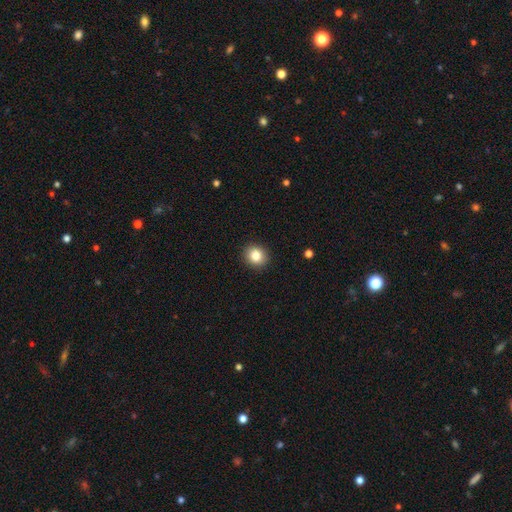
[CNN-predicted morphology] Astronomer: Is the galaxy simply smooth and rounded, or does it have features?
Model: smooth — 84%.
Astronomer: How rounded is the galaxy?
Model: round — 77%.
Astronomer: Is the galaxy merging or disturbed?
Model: none — 91%.